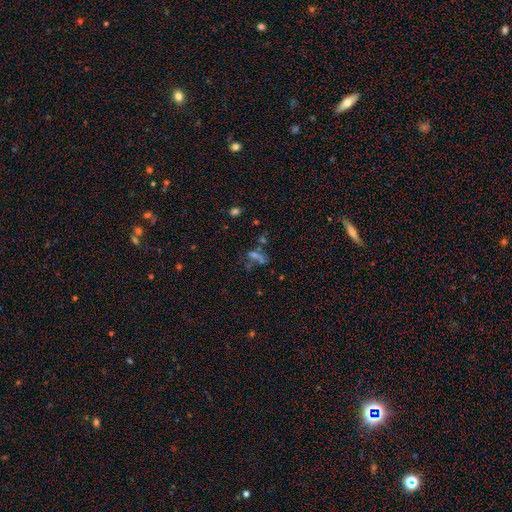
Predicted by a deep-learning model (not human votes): A star or artifact, not a galaxy (47%).

Vote fractions:
- Smooth or featured? star or artifact: 47% / smooth: 29% / featured or disk: 23%